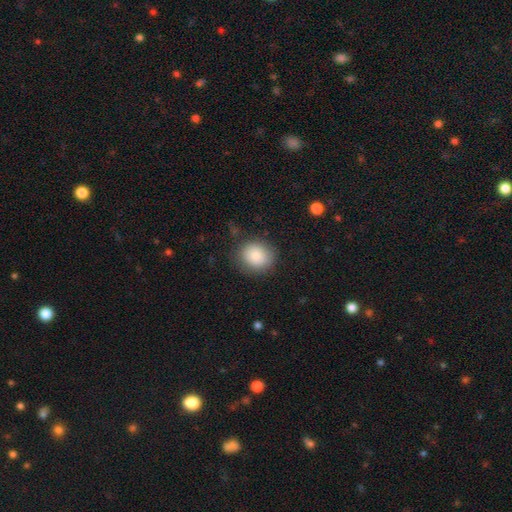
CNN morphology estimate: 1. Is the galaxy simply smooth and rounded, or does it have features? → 87% smooth, 8% star or artifact, 6% featured or disk.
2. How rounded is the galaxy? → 72% round, 28% in between, 1% cigar-shaped.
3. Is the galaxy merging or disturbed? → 81% none, 13% minor disturbance, 4% major disturbance, 2% merger.